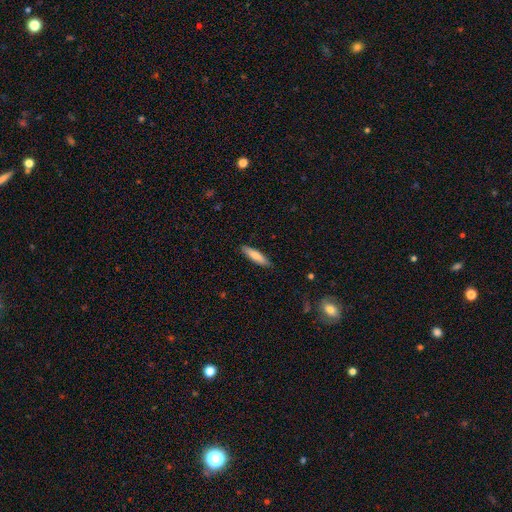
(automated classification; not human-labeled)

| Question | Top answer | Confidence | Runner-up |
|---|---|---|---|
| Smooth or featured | smooth | 79% | featured or disk (15%) |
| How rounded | cigar-shaped | 75% | in between (24%) |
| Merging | none | 89% | minor disturbance (9%) |